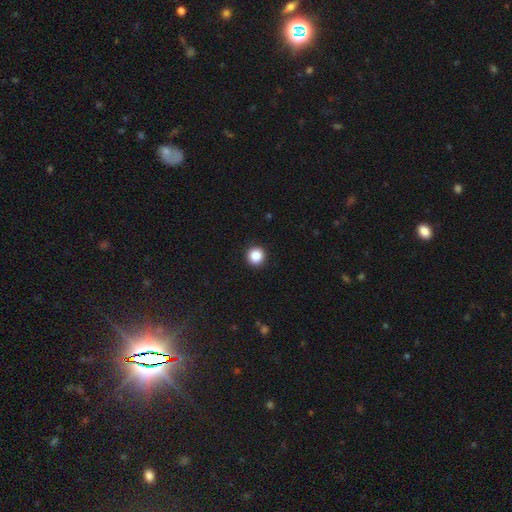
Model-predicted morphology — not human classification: Q: Smooth or featured?
A: smooth (87%); runner-up: star or artifact (10%)
Q: How rounded?
A: round (95%); runner-up: in between (4%)
Q: Merging?
A: none (93%); runner-up: minor disturbance (4%)